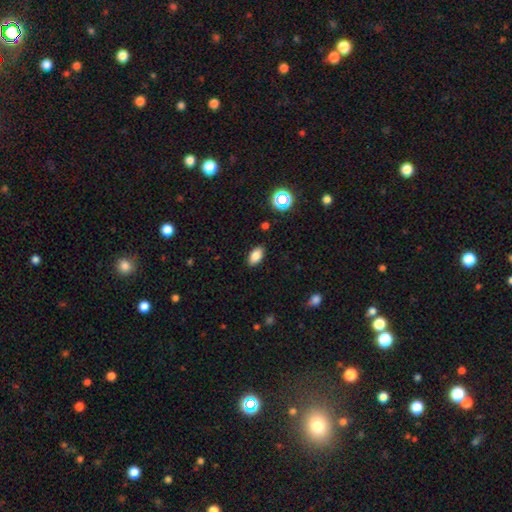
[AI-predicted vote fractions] The model was most divided on "smooth or featured": smooth: 83%, star or artifact: 11%, featured or disk: 6%. More confident: how rounded — in between (92%); merging — none (88%).